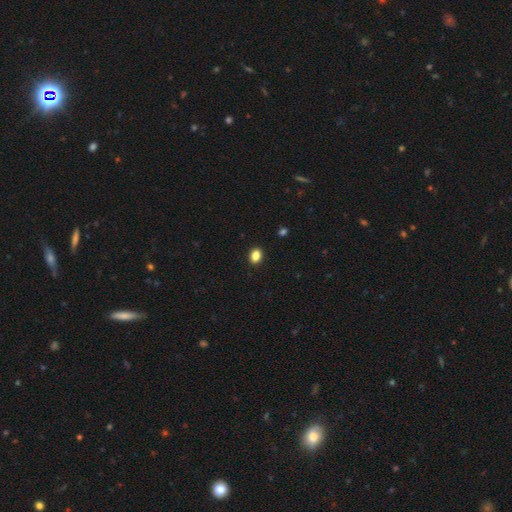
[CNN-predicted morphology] smooth-or-featured: smooth: 86% | star or artifact: 10% | featured or disk: 4%
  how-rounded: in between: 65% | round: 33% | cigar-shaped: 1%
  merging: none: 91% | minor disturbance: 6% | major disturbance: 2% | merger: 1%